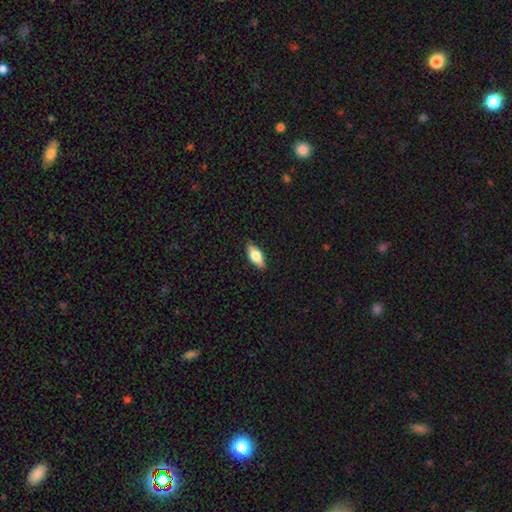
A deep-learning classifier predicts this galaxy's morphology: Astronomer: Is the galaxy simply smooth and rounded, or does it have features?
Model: smooth — 68%.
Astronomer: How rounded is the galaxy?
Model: in between — 81%.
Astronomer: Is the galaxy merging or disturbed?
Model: none — 88%.